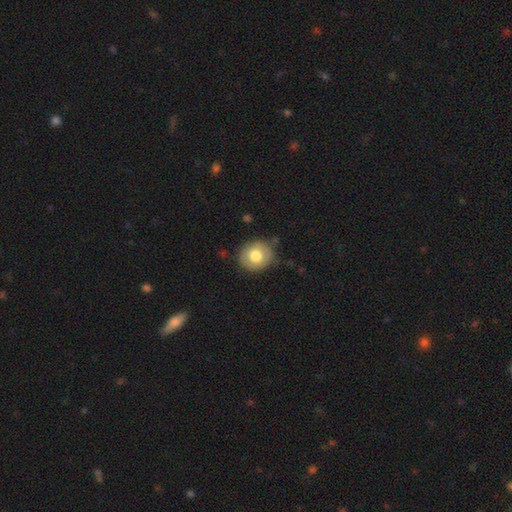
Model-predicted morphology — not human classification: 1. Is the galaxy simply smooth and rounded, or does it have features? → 75% smooth, 17% featured or disk, 8% star or artifact.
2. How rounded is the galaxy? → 77% round, 22% in between, 1% cigar-shaped.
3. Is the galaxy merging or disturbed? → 80% none, 15% minor disturbance, 3% major disturbance, 2% merger.